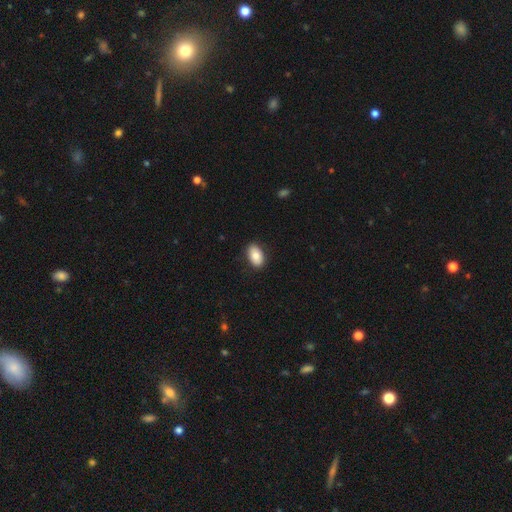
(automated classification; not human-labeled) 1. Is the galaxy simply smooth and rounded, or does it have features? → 79% smooth, 13% featured or disk, 7% star or artifact.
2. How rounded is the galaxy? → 91% in between, 8% round, 1% cigar-shaped.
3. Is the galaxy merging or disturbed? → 87% none, 9% minor disturbance, 2% major disturbance, 1% merger.